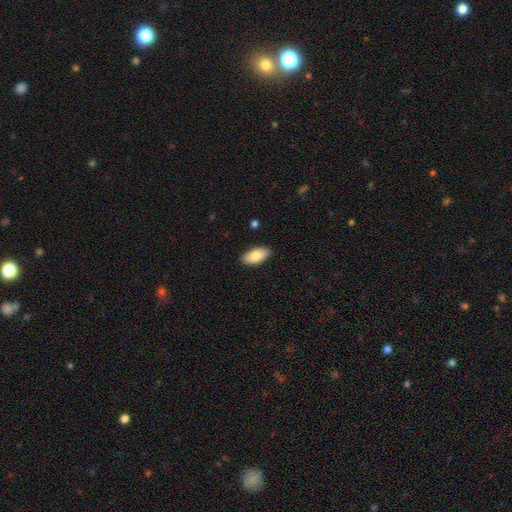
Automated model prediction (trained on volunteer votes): smooth 84%, featured or disk 10%, star or artifact 6%. Down the decision tree: how rounded — in between (93%); merging — none (89%).